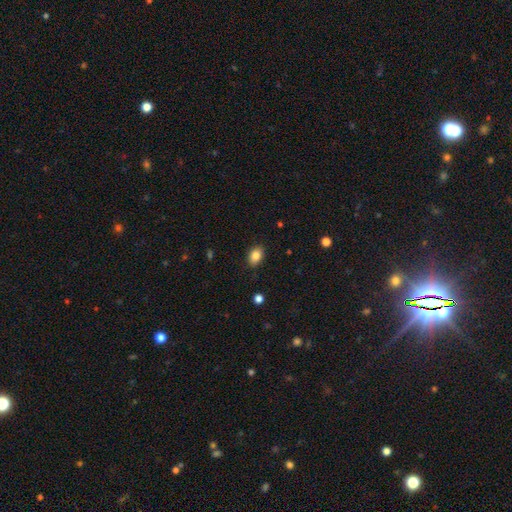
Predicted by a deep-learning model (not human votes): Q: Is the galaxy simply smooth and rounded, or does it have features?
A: smooth — 85%.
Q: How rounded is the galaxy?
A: in between — 77%.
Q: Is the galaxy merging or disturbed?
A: none — 84%.